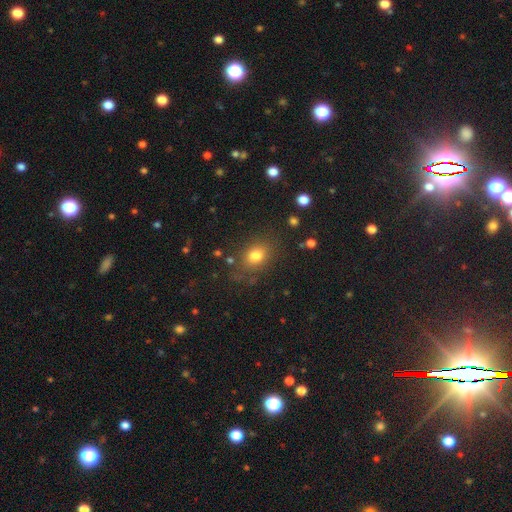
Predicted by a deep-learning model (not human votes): Smooth or featured? Predicted: smooth (p=0.79). How rounded? Predicted: in between (p=0.56). Merging? Predicted: none (p=0.76).